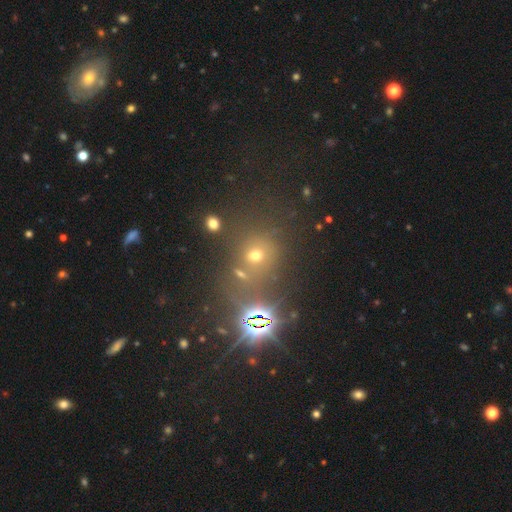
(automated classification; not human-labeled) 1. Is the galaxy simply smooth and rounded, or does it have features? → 57% star or artifact, 35% smooth, 9% featured or disk.